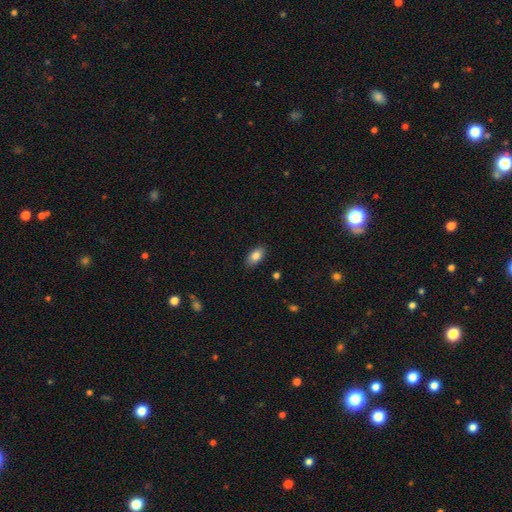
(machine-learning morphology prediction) This appears to be a smooth galaxy with no disk features (84%) that is in between round and cigar-shaped (92%). Merging: none (87%).